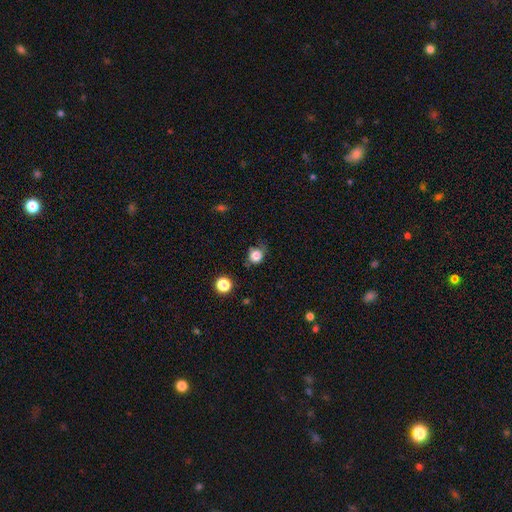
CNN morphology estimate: Smooth or featured?
  - smooth: 81% *
  - star or artifact: 11%
  - featured or disk: 7%
How rounded?
  - round: 82% *
  - in between: 17%
  - cigar-shaped: 1%
Merging?
  - none: 59% *
  - minor disturbance: 27%
  - major disturbance: 11%
  - merger: 3%